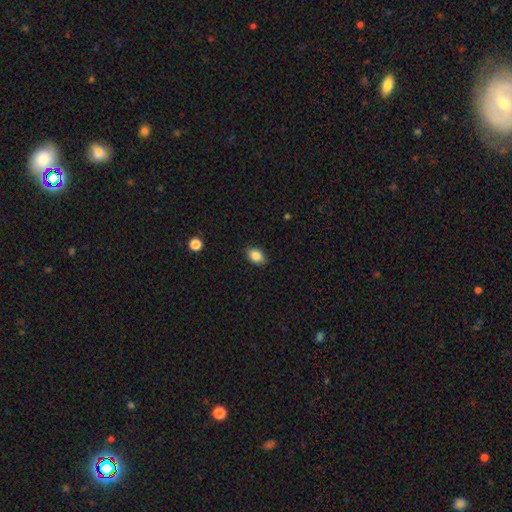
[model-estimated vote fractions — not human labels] Smooth or featured? smooth (86%)
How rounded? in between (79%)
Merging? none (87%)